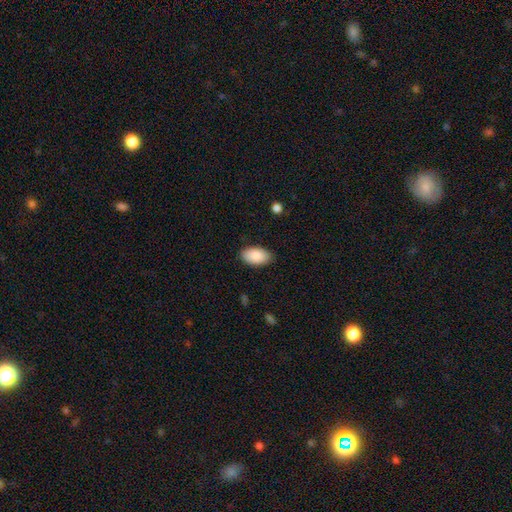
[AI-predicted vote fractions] Smooth or featured?
  - smooth: 89% *
  - star or artifact: 6%
  - featured or disk: 5%
How rounded?
  - in between: 95% *
  - round: 4%
  - cigar-shaped: 1%
Merging?
  - none: 87% *
  - minor disturbance: 10%
  - major disturbance: 2%
  - merger: 1%